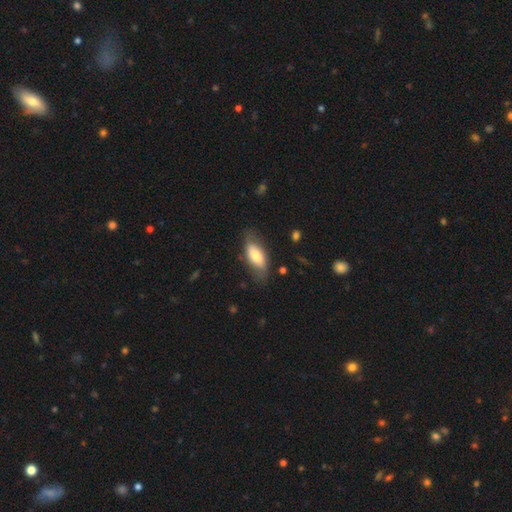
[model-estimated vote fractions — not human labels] Smooth or featured: smooth — 66% (featured or disk — 28%)
How rounded: in between — 84% (cigar-shaped — 13%)
Merging: none — 66% (minor disturbance — 24%)